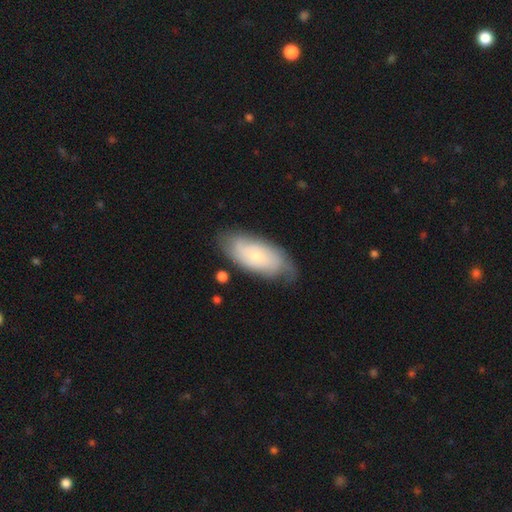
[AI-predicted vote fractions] Smooth or featured? featured or disk (53%)
Edge-on disk? no (91%)
Merging? none (70%)